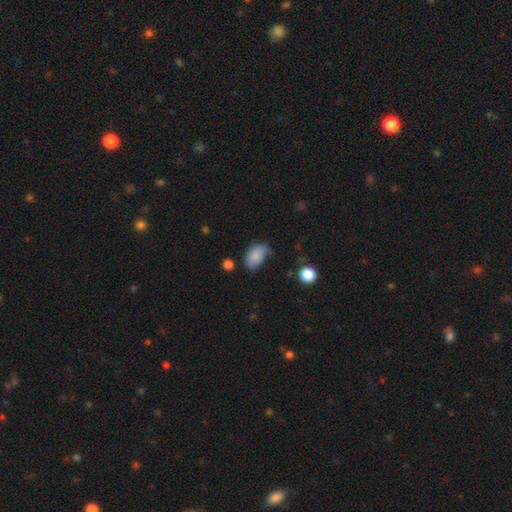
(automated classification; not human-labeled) Q: Smooth or featured?
A: smooth (85%); runner-up: star or artifact (8%)
Q: How rounded?
A: in between (90%); runner-up: round (9%)
Q: Merging?
A: none (51%); runner-up: minor disturbance (36%)